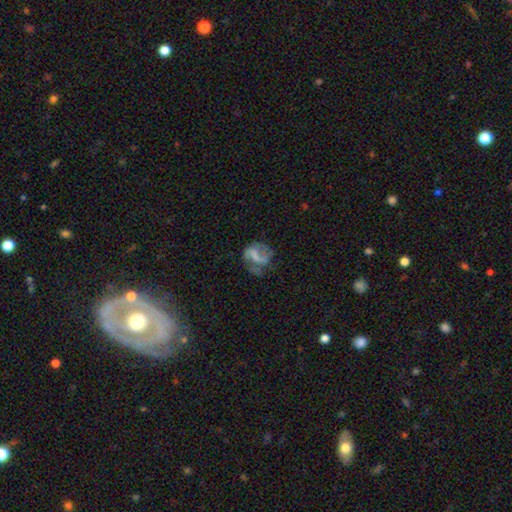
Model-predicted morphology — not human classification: smooth_or_featured: featured or disk (p=0.61) [alt: smooth p=0.29]
disk_edge_on: no (p=0.98) [alt: yes p=0.02]
bar: weak (p=0.41) [alt: no p=0.31]
has_spiral_arms: yes (p=0.71) [alt: no p=0.29]
bulge_size: none (p=0.55) [alt: small p=0.21]
merging: none (p=0.45) [alt: major disturbance p=0.28]